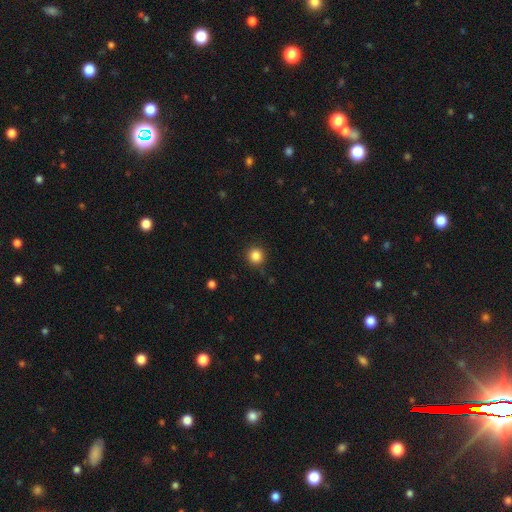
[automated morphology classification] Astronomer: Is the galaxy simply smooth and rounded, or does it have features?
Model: smooth — 85%.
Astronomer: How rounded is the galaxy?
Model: round — 93%.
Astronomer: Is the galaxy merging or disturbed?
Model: none — 90%.